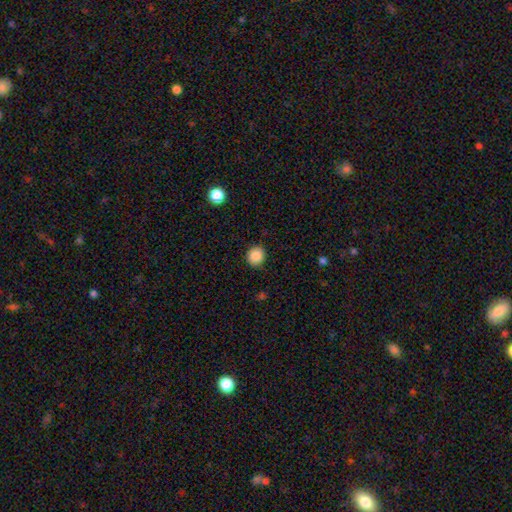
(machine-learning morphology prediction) Smooth or featured? Predicted: smooth (p=0.88). How rounded? Predicted: round (p=0.83). Merging? Predicted: none (p=0.89).